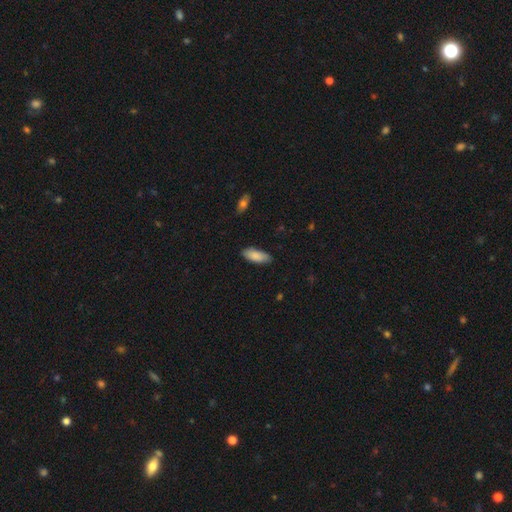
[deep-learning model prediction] smooth_or_featured: smooth (p=0.87) [alt: featured or disk p=0.07]
how_rounded: in between (p=0.79) [alt: cigar-shaped p=0.19]
merging: none (p=0.85) [alt: minor disturbance p=0.12]